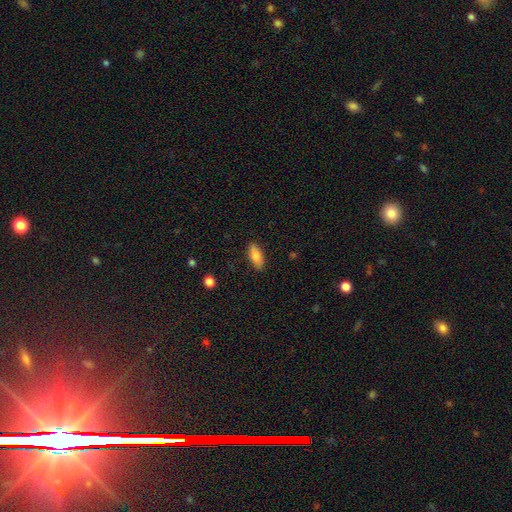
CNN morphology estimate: type=smooth (86%); roundness=in between (79%); merging=none (87%).